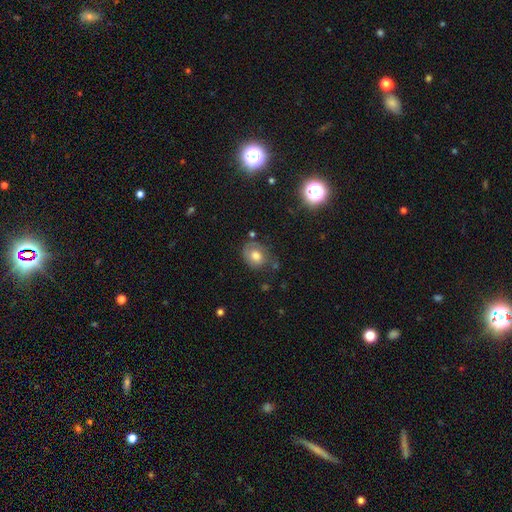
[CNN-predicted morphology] Smooth or featured: smooth — 65% (featured or disk — 25%)
How rounded: round — 51% (in between — 48%)
Merging: none — 59% (minor disturbance — 26%)